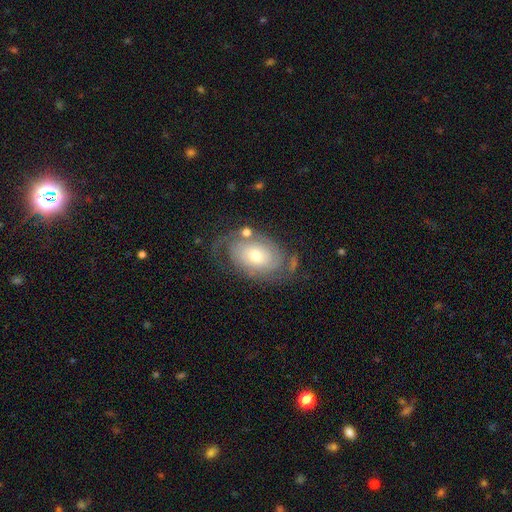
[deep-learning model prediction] Overall: featured or disk (78%). Edge-on disk: no (96%). Bar: no (75%). Spiral arms: yes (91%). Spiral arm count: 2 (63%). Spiral winding: tight (57%; medium 30%). Bulge size: moderate (52%; small 41%). Merging: none (64%).